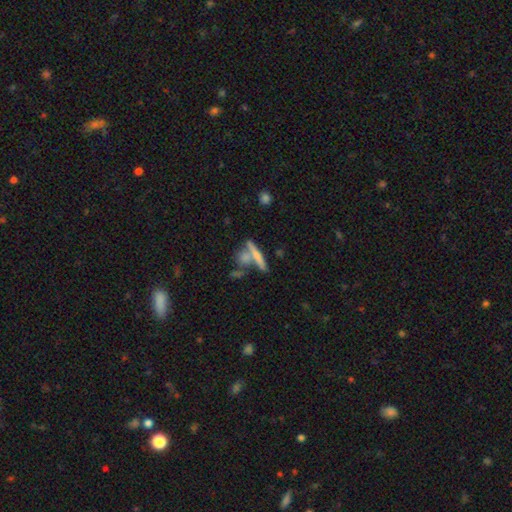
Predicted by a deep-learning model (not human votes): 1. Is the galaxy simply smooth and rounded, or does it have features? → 53% smooth, 37% featured or disk, 10% star or artifact.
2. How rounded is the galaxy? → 81% cigar-shaped, 12% in between, 7% round.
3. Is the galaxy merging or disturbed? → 59% none, 27% merger, 9% minor disturbance, 4% major disturbance.